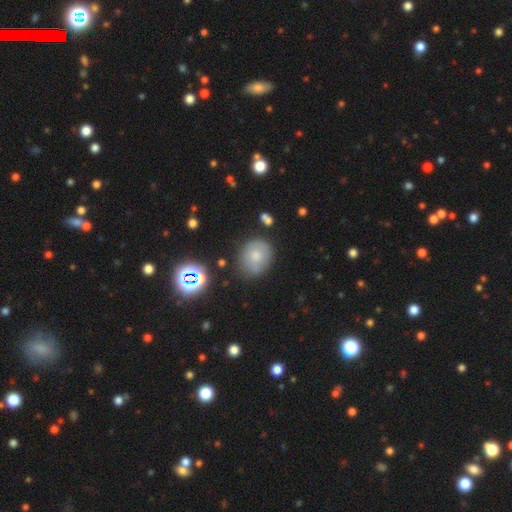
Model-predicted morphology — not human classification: Q: Smooth or featured?
A: smooth (69%); runner-up: featured or disk (18%)
Q: How rounded?
A: round (66%); runner-up: in between (33%)
Q: Merging?
A: none (73%); runner-up: minor disturbance (18%)